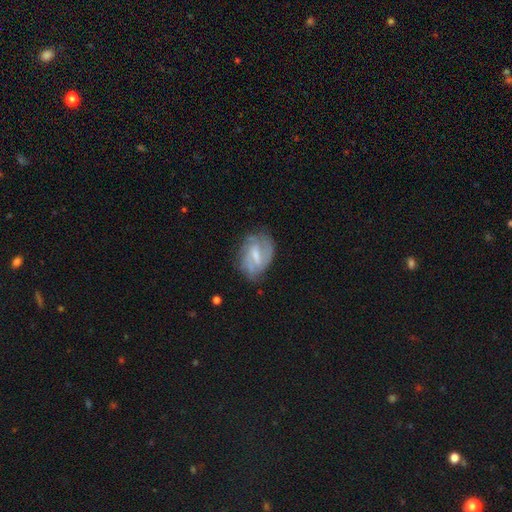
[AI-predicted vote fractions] Smooth or featured: featured or disk — 74% (smooth — 19%)
Edge-on disk: no — 96% (yes — 4%)
Bar: weak — 53% (strong — 33%)
Spiral arms: yes — 86% (no — 14%)
Spiral winding: tight — 47% (medium — 39%)
Spiral arm count: 2 — 42% (can't tell — 33%)
Bulge size: small — 42% (moderate — 38%)
Merging: none — 64% (minor disturbance — 24%)